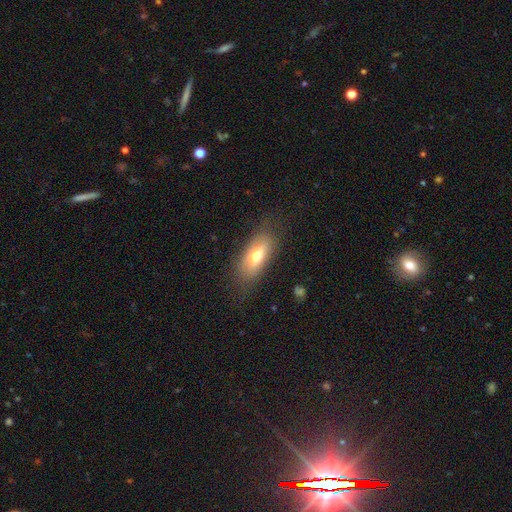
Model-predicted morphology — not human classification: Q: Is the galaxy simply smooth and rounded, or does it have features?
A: smooth — 67%.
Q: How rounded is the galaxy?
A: in between — 81%.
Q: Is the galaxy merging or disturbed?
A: none — 76%.